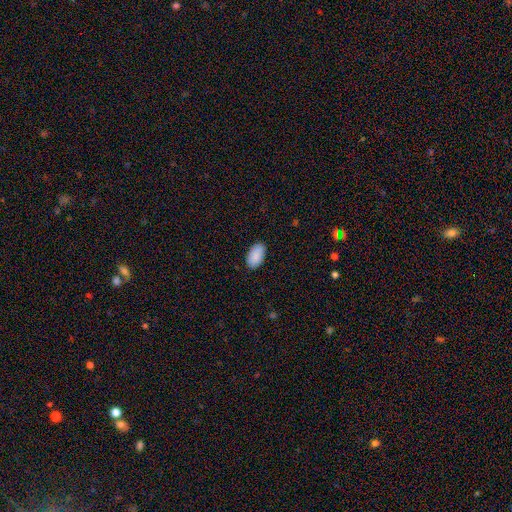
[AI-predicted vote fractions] Smooth or featured?
  - smooth: 90% *
  - star or artifact: 6%
  - featured or disk: 4%
How rounded?
  - in between: 95% *
  - round: 4%
  - cigar-shaped: 1%
Merging?
  - none: 87% *
  - minor disturbance: 10%
  - major disturbance: 2%
  - merger: 1%